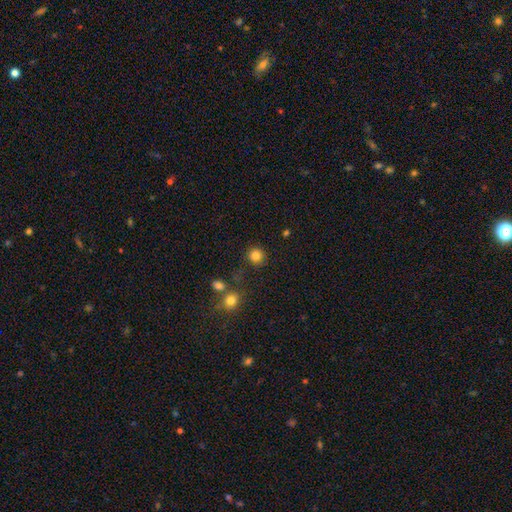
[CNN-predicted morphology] Smooth or featured: smooth — 83% (star or artifact — 12%)
How rounded: round — 93% (in between — 6%)
Merging: none — 85% (minor disturbance — 8%)